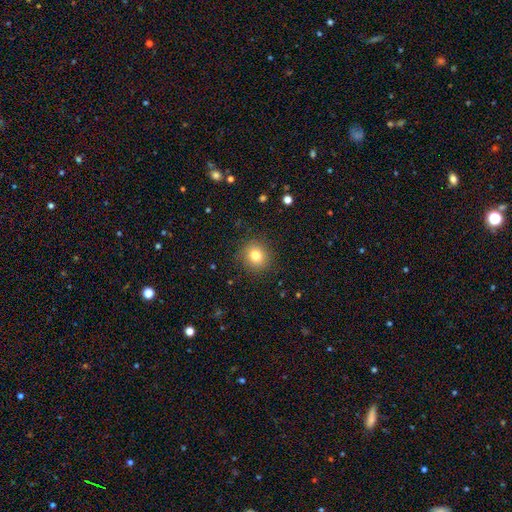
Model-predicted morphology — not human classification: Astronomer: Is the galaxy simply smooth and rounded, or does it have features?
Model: smooth — 80%.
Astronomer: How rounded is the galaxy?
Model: round — 88%.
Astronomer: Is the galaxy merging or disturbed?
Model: none — 89%.